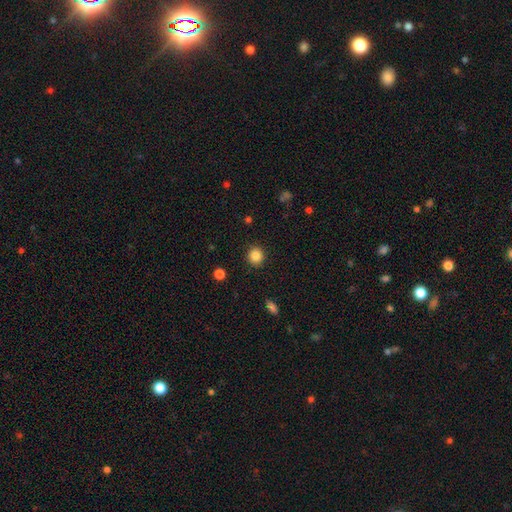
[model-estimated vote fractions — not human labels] Smooth or featured? smooth (85%)
How rounded? round (87%)
Merging? none (90%)